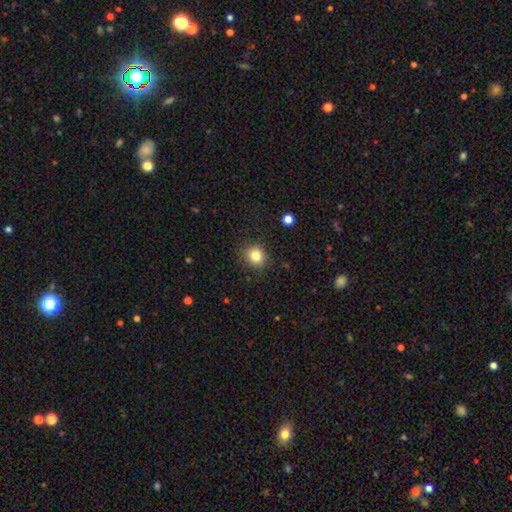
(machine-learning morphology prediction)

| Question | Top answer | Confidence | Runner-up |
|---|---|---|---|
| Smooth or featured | smooth | 82% | star or artifact (12%) |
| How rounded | round | 86% | in between (13%) |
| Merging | none | 89% | minor disturbance (8%) |